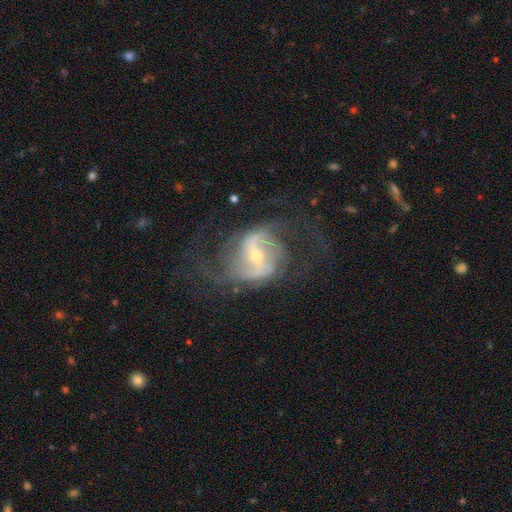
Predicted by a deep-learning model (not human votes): Morphology: type=featured or disk (87%); edge-on=no (96%); bar=strong (49%); spiral arms=yes (93%); winding=loose (51%); arm count=2 (79%); bulge=small (67%); merging=none (62%).